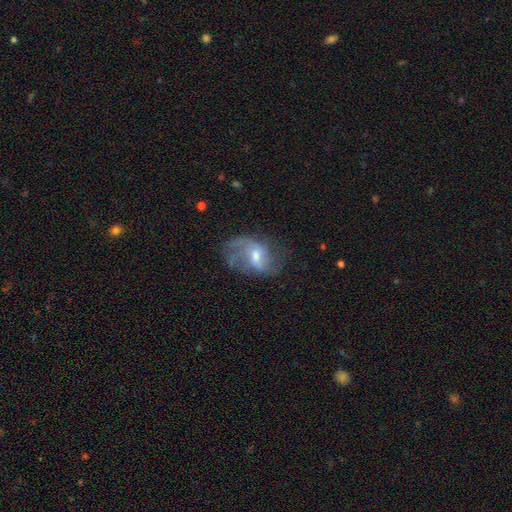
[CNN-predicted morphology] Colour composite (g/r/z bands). It shows a featured or disk galaxy (71%) with a weak bar (54%), 2 (56%) loose (54%) spiral arms (83%) and a moderate central bulge (54%). Merging: none (52%).